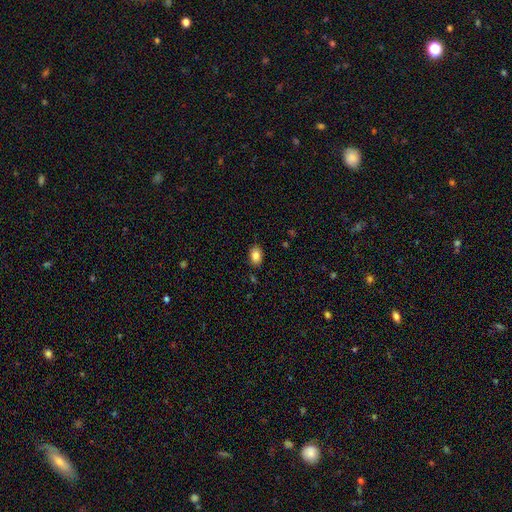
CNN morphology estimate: This appears to be a smooth galaxy with no disk features (83%) that is in between round and cigar-shaped (79%). Merging: none (86%).